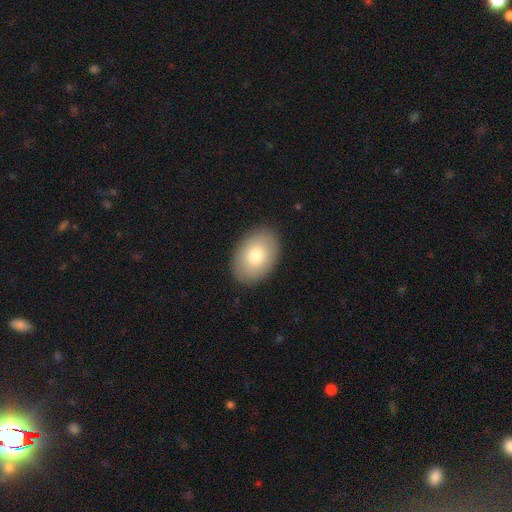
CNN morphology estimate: type=smooth (78%); roundness=in between (83%); merging=none (89%).